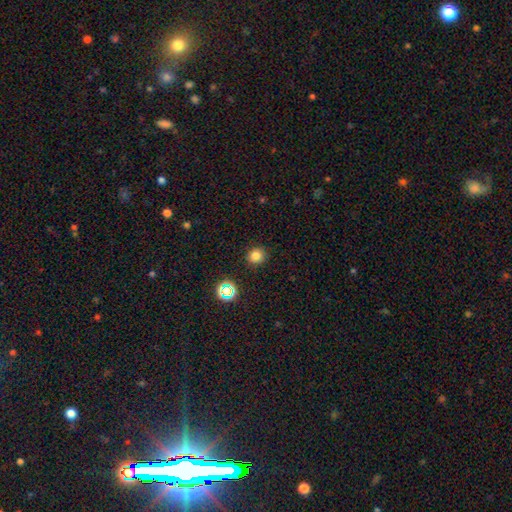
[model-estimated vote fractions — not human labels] Smooth or featured: smooth — 78% (star or artifact — 17%)
How rounded: round — 88% (in between — 12%)
Merging: none — 90% (minor disturbance — 6%)